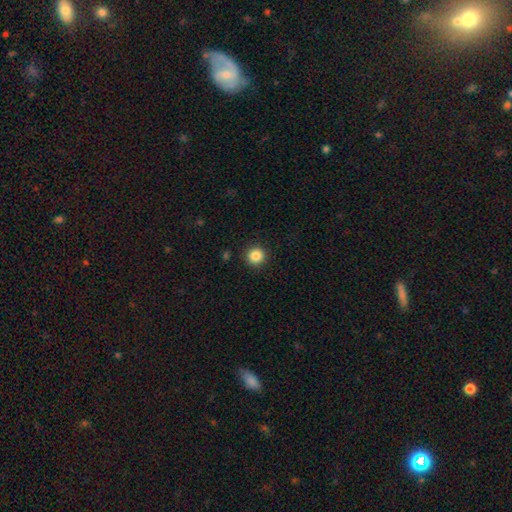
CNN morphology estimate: A smooth galaxy with no disk features (86%) that is round (94%). Merging: none (92%).